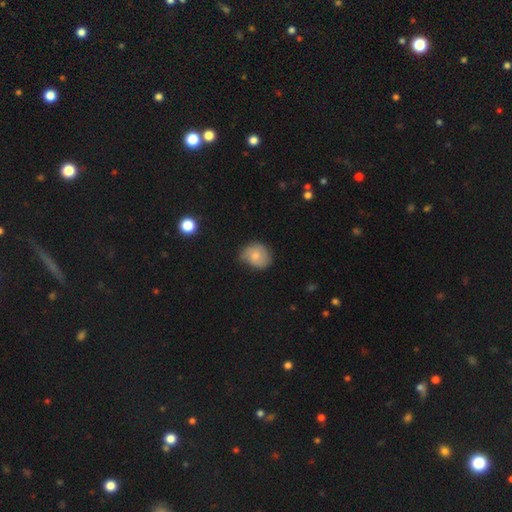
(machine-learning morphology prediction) This appears to be a smooth galaxy with no disk features (61%) that is round (68%). Merging: none (58%).